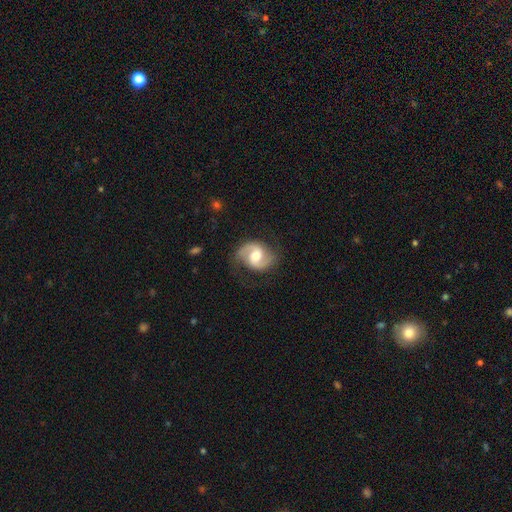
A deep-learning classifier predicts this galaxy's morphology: Smooth or featured? Predicted: featured or disk (p=0.84). Edge-on disk? Predicted: no (p=0.98). Bar? Predicted: weak (p=0.47). Spiral arms? Predicted: yes (p=0.96). Spiral winding? Predicted: medium (p=0.55). Spiral arm count? Predicted: 2 (p=0.93). Bulge size? Predicted: moderate (p=0.56). Merging? Predicted: none (p=0.76).